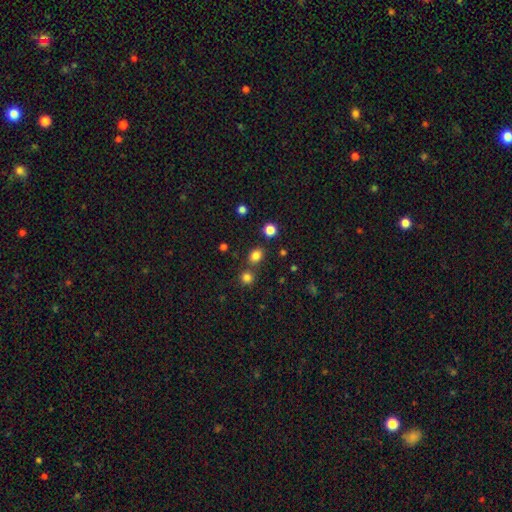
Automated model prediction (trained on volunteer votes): smooth-or-featured: smooth: 80% | star or artifact: 15% | featured or disk: 5%
  how-rounded: in between: 51% | round: 48% | cigar-shaped: 1%
  merging: none: 74% | merger: 13% | minor disturbance: 10% | major disturbance: 3%